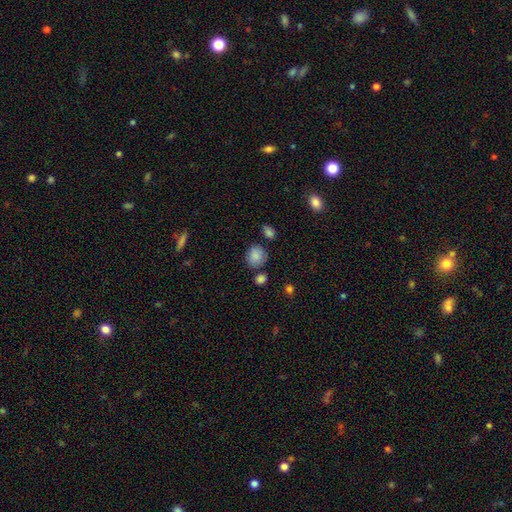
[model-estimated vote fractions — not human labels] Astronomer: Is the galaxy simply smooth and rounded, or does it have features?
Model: smooth — 85%.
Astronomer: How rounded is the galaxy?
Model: round — 70%.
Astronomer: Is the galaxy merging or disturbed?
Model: none — 72%.